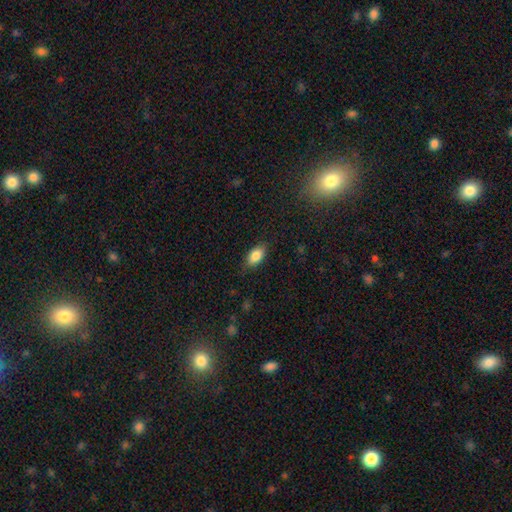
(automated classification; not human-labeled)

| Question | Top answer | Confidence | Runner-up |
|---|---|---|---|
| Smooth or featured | smooth | 85% | featured or disk (8%) |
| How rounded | in between | 90% | round (5%) |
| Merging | none | 83% | minor disturbance (13%) |